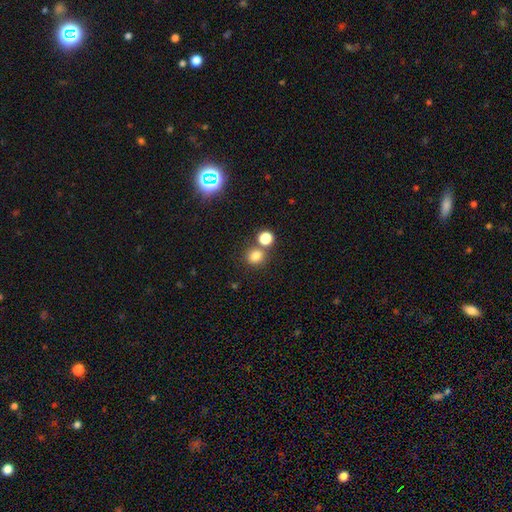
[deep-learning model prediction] Morphology: type=smooth (79%); roundness=round (84%); merging=none (68%).